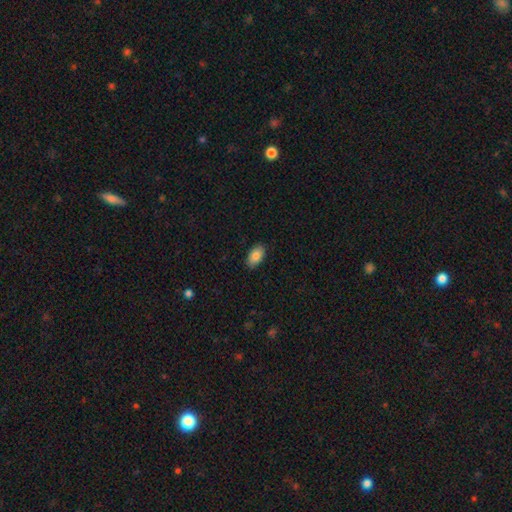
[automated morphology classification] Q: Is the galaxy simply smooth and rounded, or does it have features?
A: smooth — 86%.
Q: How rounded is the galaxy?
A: in between — 94%.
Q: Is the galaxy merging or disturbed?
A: none — 88%.